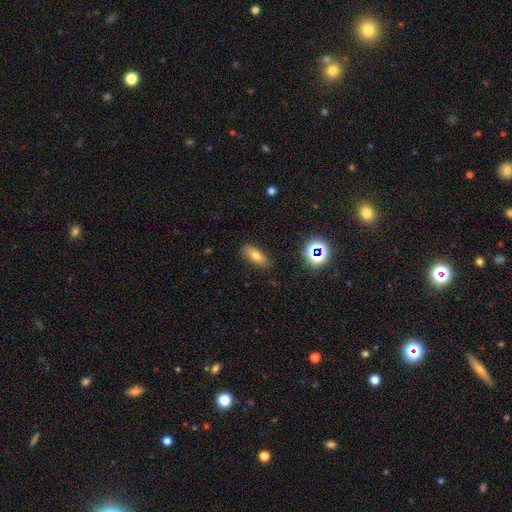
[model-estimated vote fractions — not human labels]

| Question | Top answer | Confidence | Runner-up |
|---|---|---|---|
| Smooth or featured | smooth | 70% | featured or disk (17%) |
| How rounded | in between | 74% | cigar-shaped (20%) |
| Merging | none | 85% | minor disturbance (10%) |